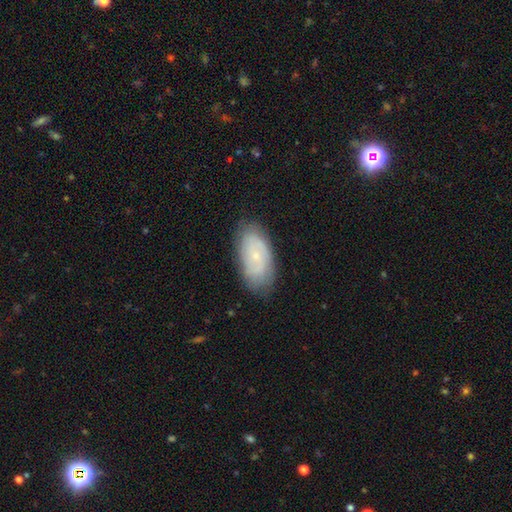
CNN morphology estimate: This appears to be a featured or disk galaxy (54%) with no bar (74%), spiral arms (80%) and a small central bulge (80%). Merging: none (79%).